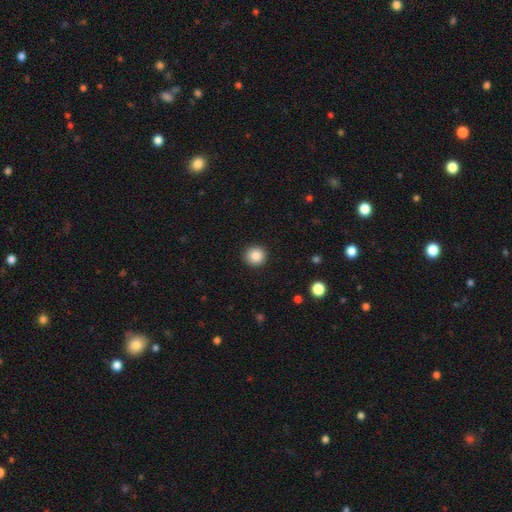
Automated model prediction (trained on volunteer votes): A smooth galaxy with no disk features (87%) that is round (92%).

Vote fractions:
- Smooth or featured? smooth: 87% / star or artifact: 9% / featured or disk: 4%
- How rounded? round: 92% / in between: 7% / cigar-shaped: 1%
- Merging? none: 92% / minor disturbance: 5% / major disturbance: 2% / merger: 1%